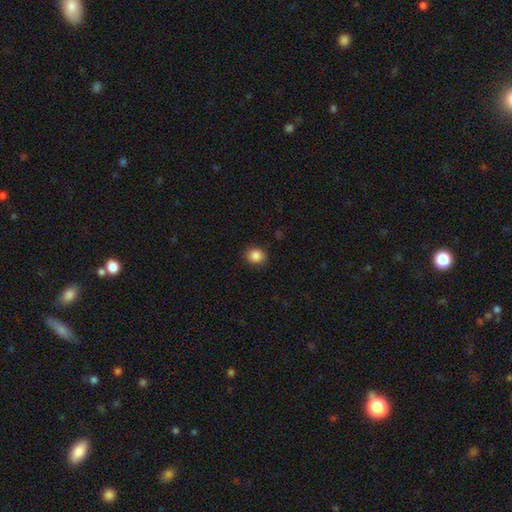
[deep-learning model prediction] smooth_or_featured: smooth (p=0.87) [alt: star or artifact p=0.10]
how_rounded: round (p=0.71) [alt: in between p=0.28]
merging: none (p=0.85) [alt: minor disturbance p=0.11]